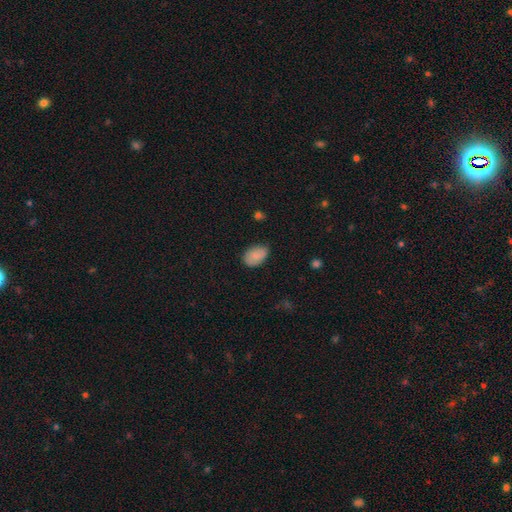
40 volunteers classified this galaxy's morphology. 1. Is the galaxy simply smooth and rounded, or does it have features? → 90% smooth, 8% featured or disk, 2% star or artifact.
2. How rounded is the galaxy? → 89% in between, 8% round, 3% cigar-shaped.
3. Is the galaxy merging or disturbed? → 77% none, 21% minor disturbance, 3% major disturbance, 0% merger.